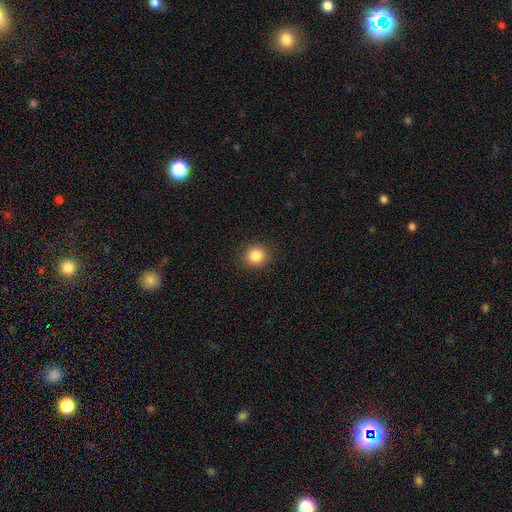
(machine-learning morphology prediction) smooth-or-featured: smooth: 85% | star or artifact: 11% | featured or disk: 4%
  how-rounded: round: 89% | in between: 10% | cigar-shaped: 1%
  merging: none: 91% | minor disturbance: 6% | major disturbance: 2% | merger: 1%